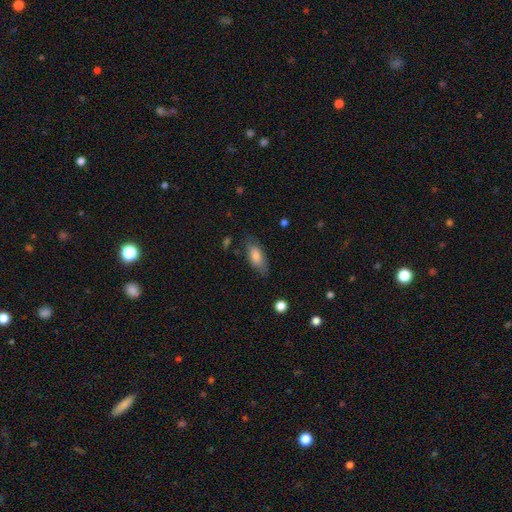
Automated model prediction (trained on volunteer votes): This appears to be a smooth galaxy with no disk features (78%) that is in between round and cigar-shaped (83%). Merging: none (72%).